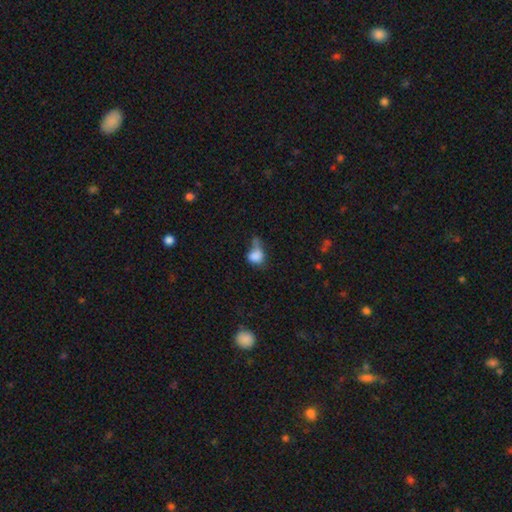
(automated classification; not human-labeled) Overall: smooth (76%). How rounded: in between (57%; round 41%). Merging: major disturbance (33%; minor disturbance 24%).